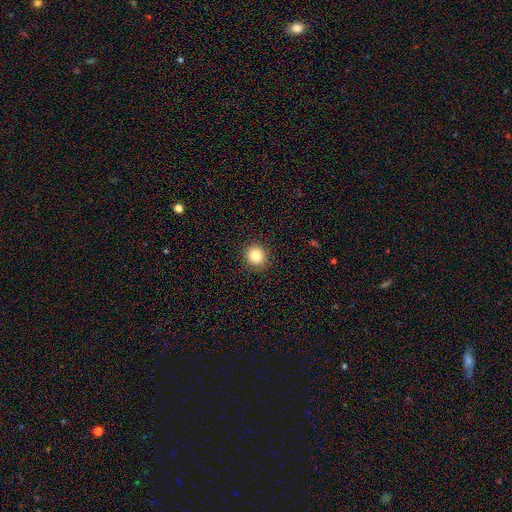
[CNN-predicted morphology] The model was most divided on "smooth or featured": smooth: 84%, star or artifact: 10%, featured or disk: 6%. More confident: merging — none (91%); how rounded — round (89%).